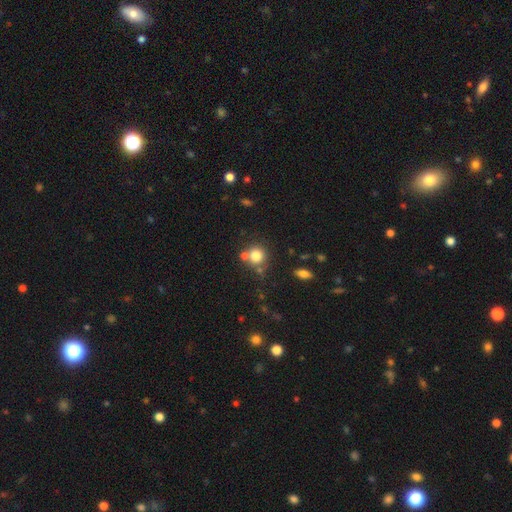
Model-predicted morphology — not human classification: smooth-or-featured: smooth: 78% | star or artifact: 12% | featured or disk: 10%
  how-rounded: round: 88% | in between: 11% | cigar-shaped: 1%
  merging: none: 60% | merger: 25% | minor disturbance: 10% | major disturbance: 4%